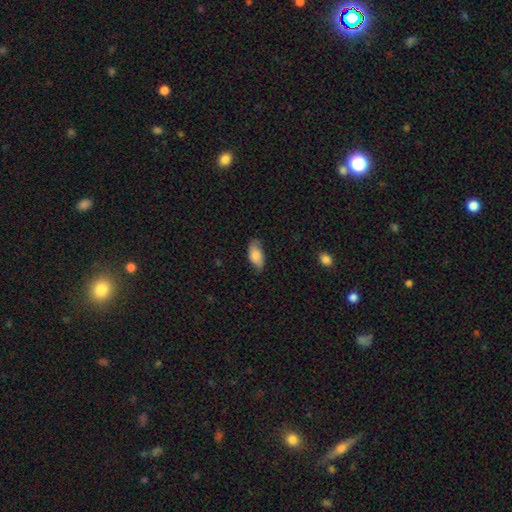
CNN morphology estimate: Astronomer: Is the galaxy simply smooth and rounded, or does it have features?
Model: smooth — 80%.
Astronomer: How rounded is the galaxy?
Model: in between — 91%.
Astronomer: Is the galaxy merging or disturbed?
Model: none — 67%.